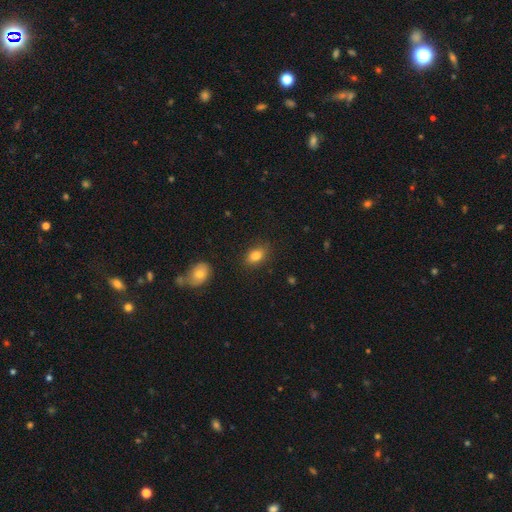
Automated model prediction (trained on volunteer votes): Overall: smooth (83%). How rounded: in between (83%). Merging: none (85%).